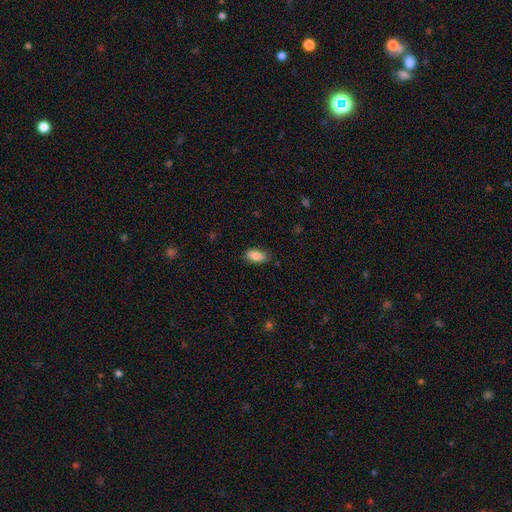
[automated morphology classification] Overall: smooth (86%). How rounded: in between (91%). Merging: none (83%).